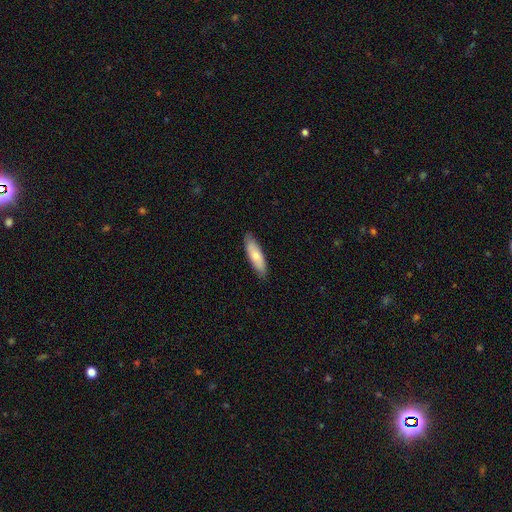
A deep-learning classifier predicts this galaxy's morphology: This is likely a smooth galaxy (72%). How rounded: possibly cigar-shaped (50%). Merging: clearly none (86%).